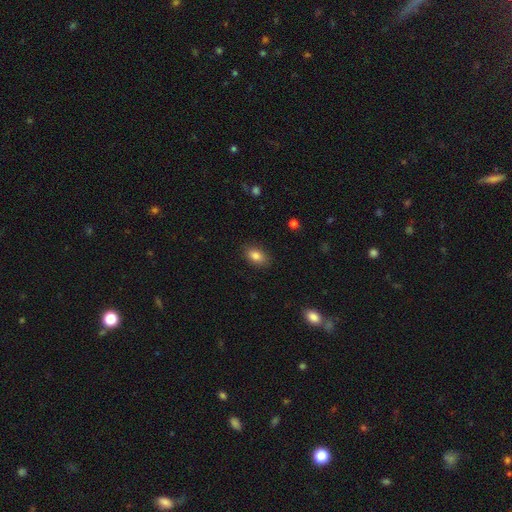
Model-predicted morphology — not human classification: Overall: smooth (85%). How rounded: in between (87%). Merging: none (86%).